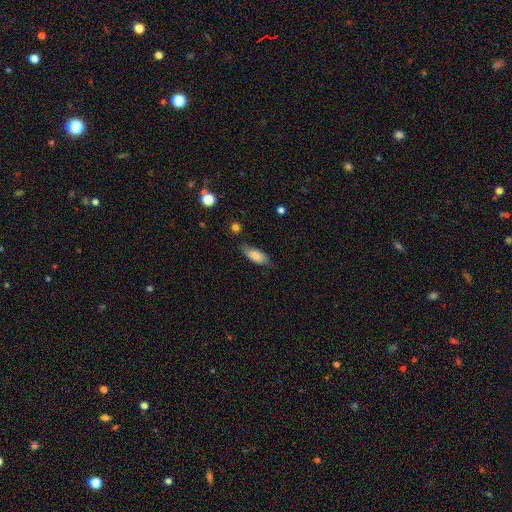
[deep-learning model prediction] Smooth or featured? smooth (81%)
How rounded? in between (78%)
Merging? none (72%)